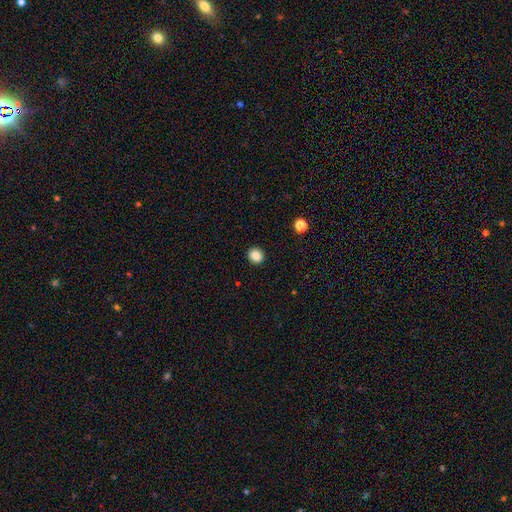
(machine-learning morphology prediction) Smooth or featured: smooth — 86% (star or artifact — 10%)
How rounded: round — 85% (in between — 14%)
Merging: none — 93% (minor disturbance — 5%)